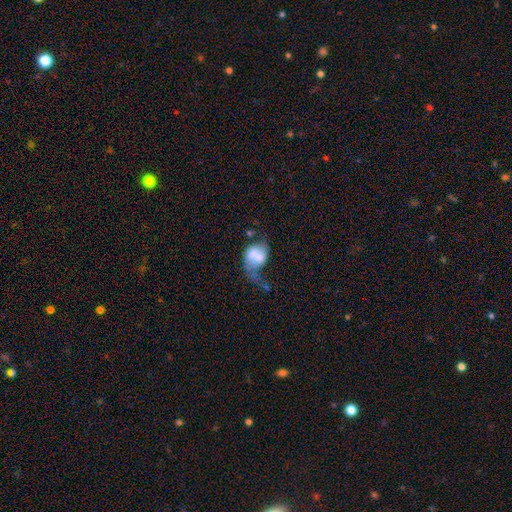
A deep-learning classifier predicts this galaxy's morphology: A smooth galaxy with no disk features (54%) that is in between round and cigar-shaped (62%). Merging: major disturbance (36%).